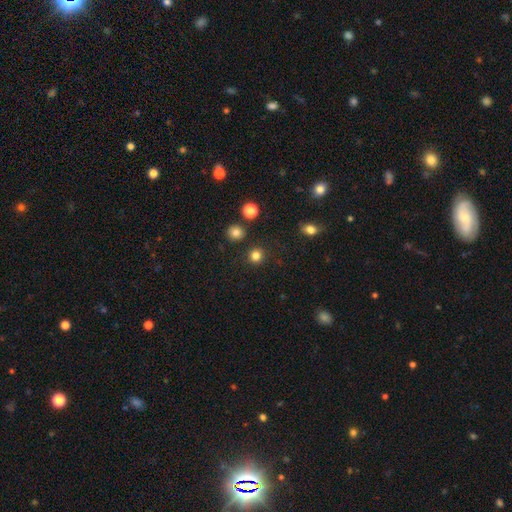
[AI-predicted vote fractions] A smooth galaxy with no disk features (81%) that is round (93%). Merging: none (89%).